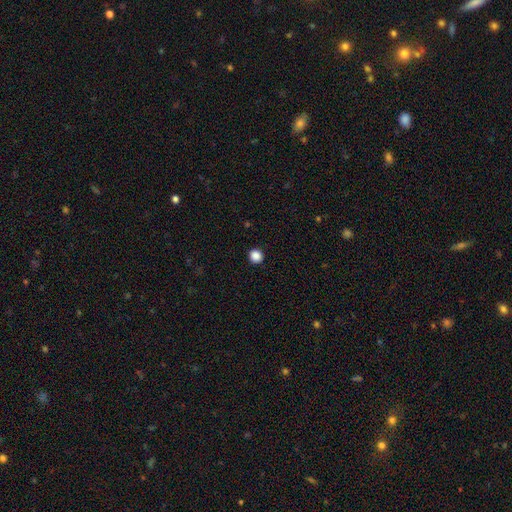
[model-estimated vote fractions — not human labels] This is clearly a smooth galaxy (87%). How rounded: clearly round (93%). Merging: clearly none (93%).